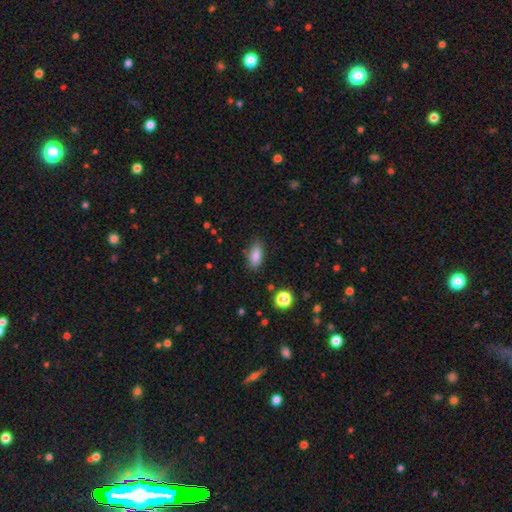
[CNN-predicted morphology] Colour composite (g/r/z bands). It shows a smooth galaxy with no disk features (84%) that is in between round and cigar-shaped (83%). Merging: none (84%).